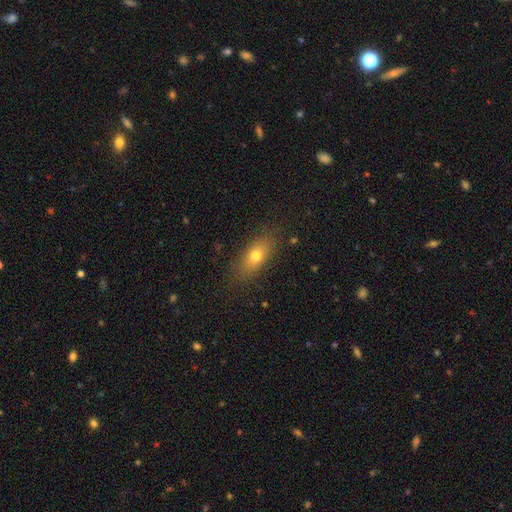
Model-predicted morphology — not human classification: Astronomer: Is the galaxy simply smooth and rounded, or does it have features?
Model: smooth — 72%.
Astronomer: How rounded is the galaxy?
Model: in between — 72%.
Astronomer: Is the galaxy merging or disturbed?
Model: none — 82%.